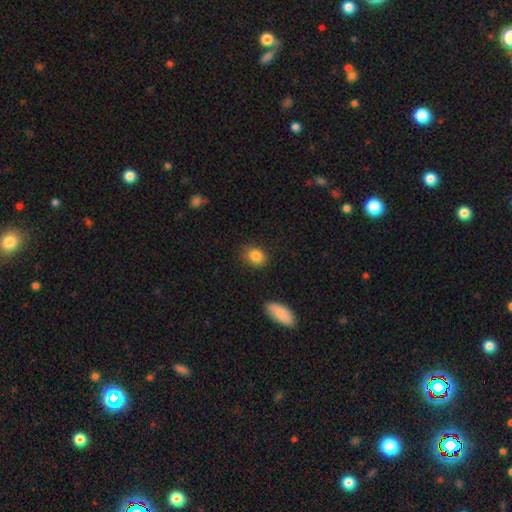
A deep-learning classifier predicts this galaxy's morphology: Q: Smooth or featured?
A: smooth (85%); runner-up: star or artifact (9%)
Q: How rounded?
A: in between (53%); runner-up: round (46%)
Q: Merging?
A: none (81%); runner-up: minor disturbance (14%)